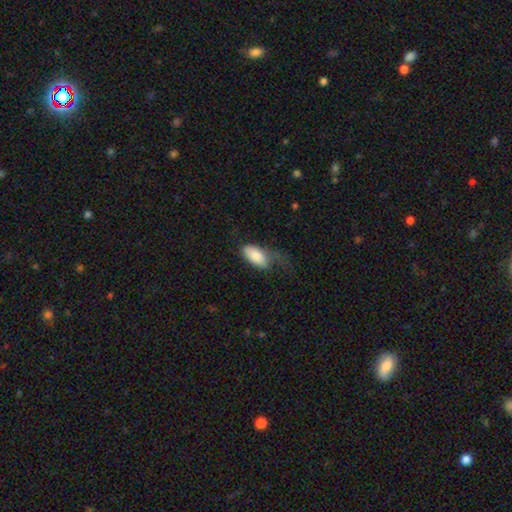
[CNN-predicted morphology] A smooth galaxy with no disk features (81%) that is in between round and cigar-shaped (91%).

Vote fractions:
- Smooth or featured? smooth: 81% / featured or disk: 13% / star or artifact: 6%
- How rounded? in between: 91% / cigar-shaped: 6% / round: 2%
- Merging? major disturbance: 35% / minor disturbance: 32% / none: 30% / merger: 2%